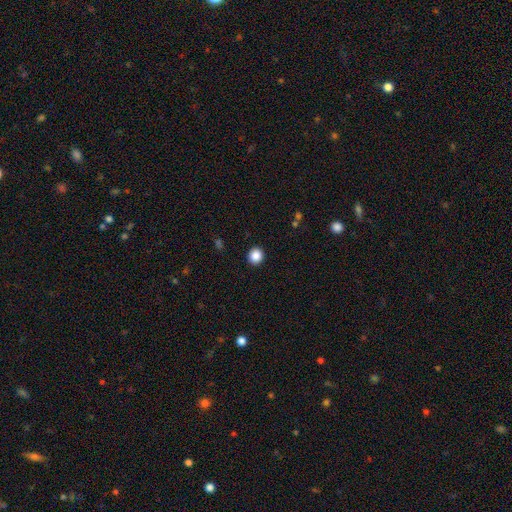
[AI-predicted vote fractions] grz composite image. It shows a smooth galaxy with no disk features (87%) that is round (88%). Merging: none (92%).